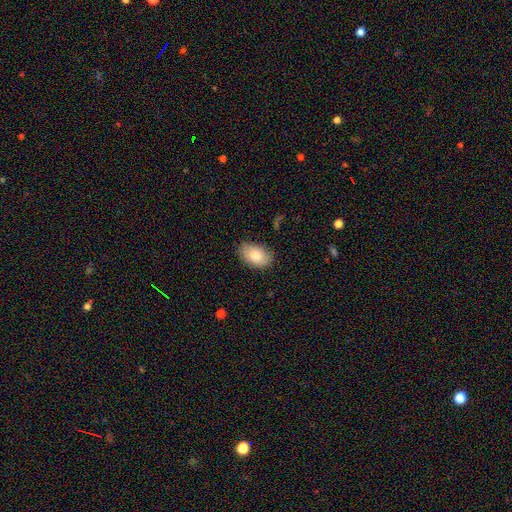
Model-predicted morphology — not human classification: Smooth or featured? smooth (83%)
How rounded? in between (90%)
Merging? none (81%)